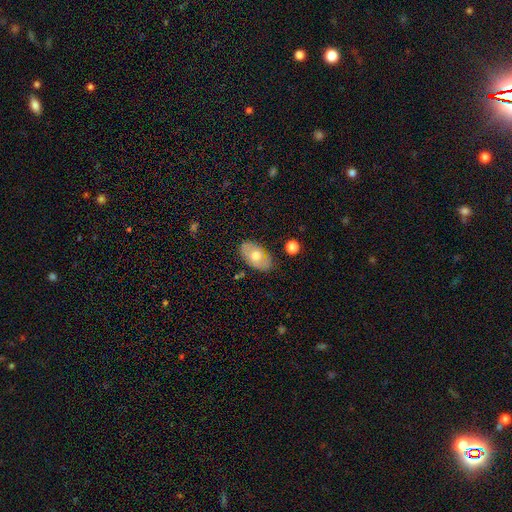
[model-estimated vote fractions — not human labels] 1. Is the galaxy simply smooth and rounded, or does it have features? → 55% smooth, 39% featured or disk, 7% star or artifact.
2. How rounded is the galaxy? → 90% in between, 9% round, 1% cigar-shaped.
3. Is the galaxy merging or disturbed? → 79% none, 16% minor disturbance, 4% major disturbance, 2% merger.